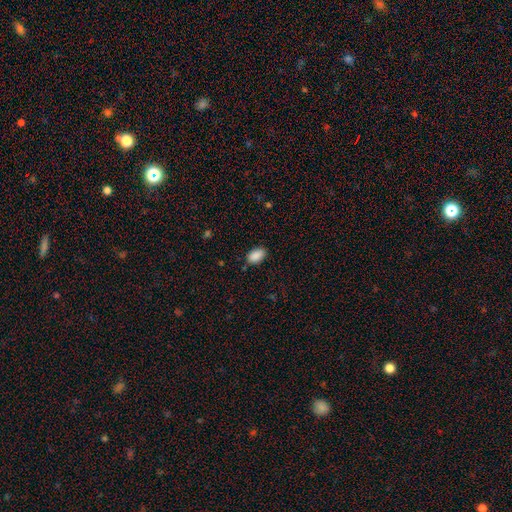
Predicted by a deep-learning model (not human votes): smooth-or-featured: smooth: 89% | star or artifact: 8% | featured or disk: 3%
  how-rounded: in between: 91% | round: 7% | cigar-shaped: 1%
  merging: none: 84% | minor disturbance: 12% | major disturbance: 3% | merger: 2%